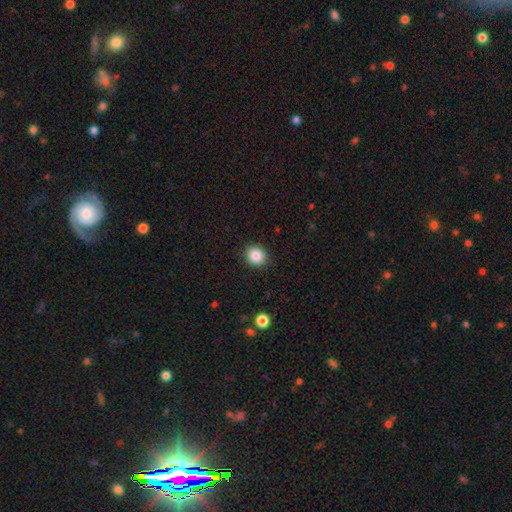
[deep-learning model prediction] This is clearly a smooth galaxy (86%). How rounded: clearly round (85%). Merging: clearly none (91%).